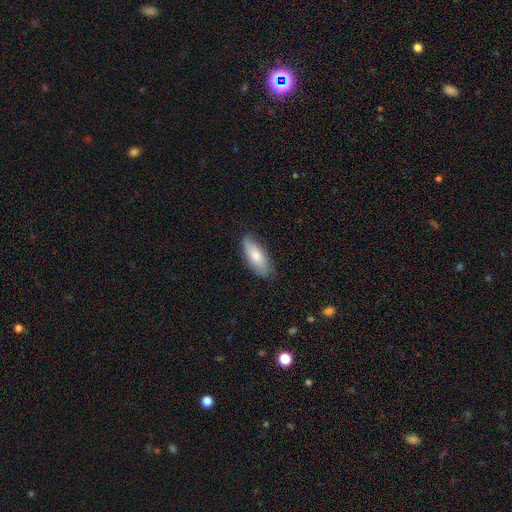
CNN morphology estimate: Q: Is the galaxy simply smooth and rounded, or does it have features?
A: smooth — 73%.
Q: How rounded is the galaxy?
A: in between — 77%.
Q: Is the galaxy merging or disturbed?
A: none — 79%.